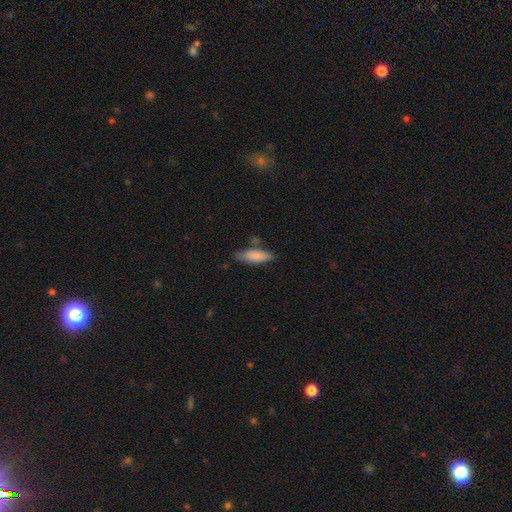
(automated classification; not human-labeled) Overall: smooth (83%). How rounded: in between (52%; cigar-shaped 46%). Merging: none (68%).